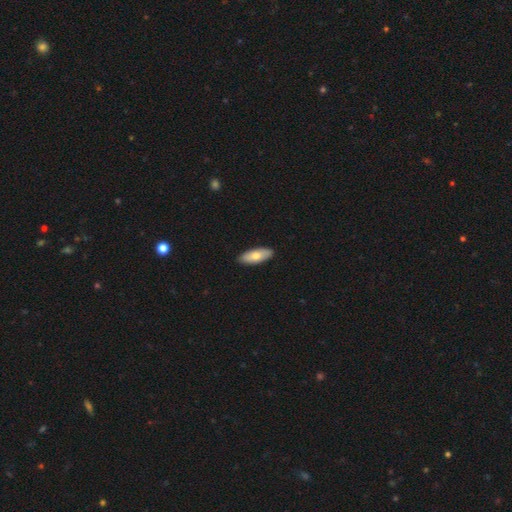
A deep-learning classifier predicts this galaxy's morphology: This appears to be a smooth galaxy with no disk features (73%) that is in between round and cigar-shaped (78%). Merging: none (90%).